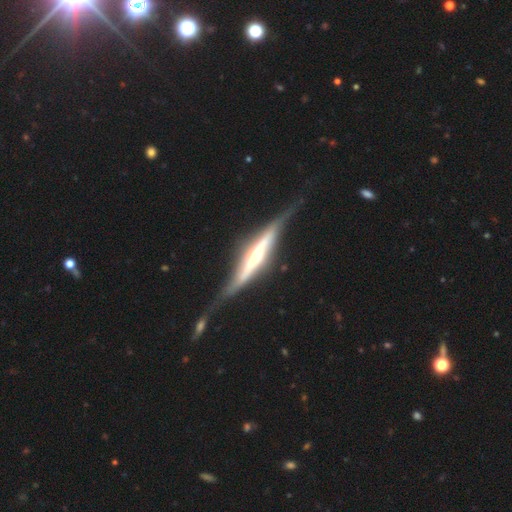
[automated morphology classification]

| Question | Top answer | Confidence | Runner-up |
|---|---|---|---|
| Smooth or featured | featured or disk | 83% | smooth (12%) |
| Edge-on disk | yes | 91% | no (9%) |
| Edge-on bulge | rounded | 79% | boxy (13%) |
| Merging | none | 63% | minor disturbance (21%) |